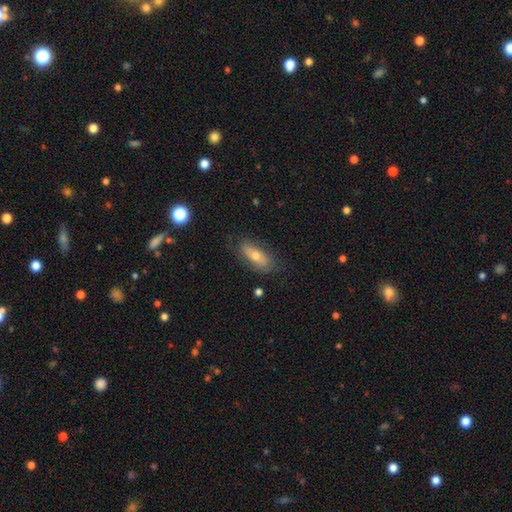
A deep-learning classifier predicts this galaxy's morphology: type=smooth (55%); roundness=in between (70%); merging=none (74%).